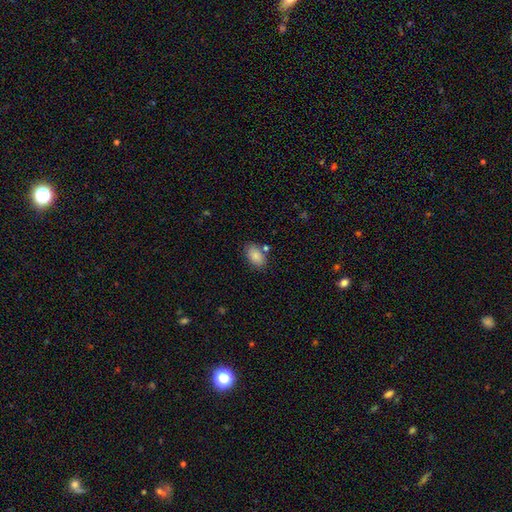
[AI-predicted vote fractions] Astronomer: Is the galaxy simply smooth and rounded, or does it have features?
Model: smooth — 85%.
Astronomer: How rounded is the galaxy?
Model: in between — 90%.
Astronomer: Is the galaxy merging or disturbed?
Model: none — 75%.